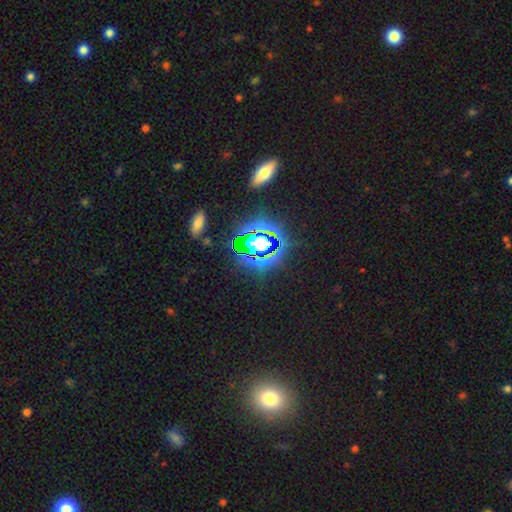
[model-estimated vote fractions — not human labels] The model was most divided on "smooth or featured": star or artifact: 76%, smooth: 14%, featured or disk: 10%.